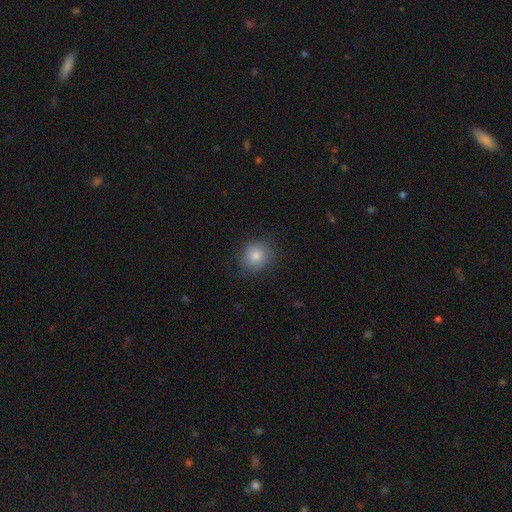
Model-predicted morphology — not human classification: This is likely a smooth galaxy (80%). How rounded: clearly round (80%). Merging: clearly none (80%).